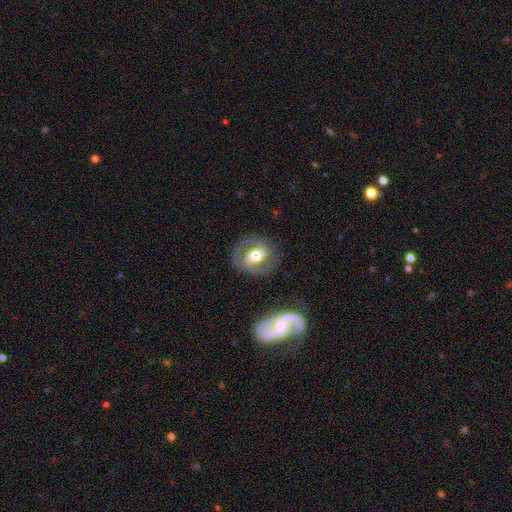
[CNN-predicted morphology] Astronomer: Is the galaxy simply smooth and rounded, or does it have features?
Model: featured or disk — 78%.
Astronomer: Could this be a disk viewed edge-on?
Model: no — 96%.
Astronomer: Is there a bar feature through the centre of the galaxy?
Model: strong — 39% (runner-up: weak, 38%).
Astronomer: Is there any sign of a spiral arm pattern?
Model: yes — 87%.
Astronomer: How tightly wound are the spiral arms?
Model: medium — 52% (runner-up: tight, 31%).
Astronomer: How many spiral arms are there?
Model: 2 — 89%.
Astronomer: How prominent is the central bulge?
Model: moderate — 71%.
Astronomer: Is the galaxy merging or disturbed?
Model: none — 79%.